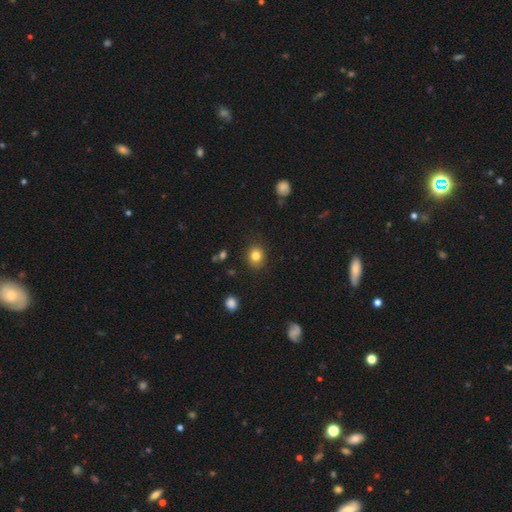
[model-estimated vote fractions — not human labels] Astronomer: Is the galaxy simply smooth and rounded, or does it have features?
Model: smooth — 82%.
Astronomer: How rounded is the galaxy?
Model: round — 74%.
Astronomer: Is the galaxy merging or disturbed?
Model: none — 87%.